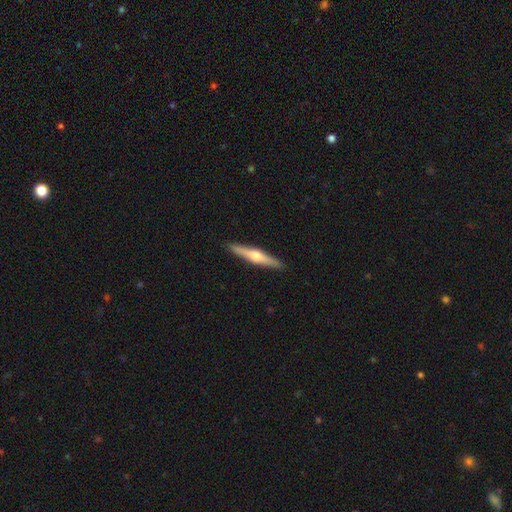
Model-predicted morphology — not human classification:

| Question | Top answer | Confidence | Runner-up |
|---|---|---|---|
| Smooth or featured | featured or disk | 62% | smooth (33%) |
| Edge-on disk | yes | 97% | no (3%) |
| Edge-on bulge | rounded | 89% | none (6%) |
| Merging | none | 92% | minor disturbance (6%) |